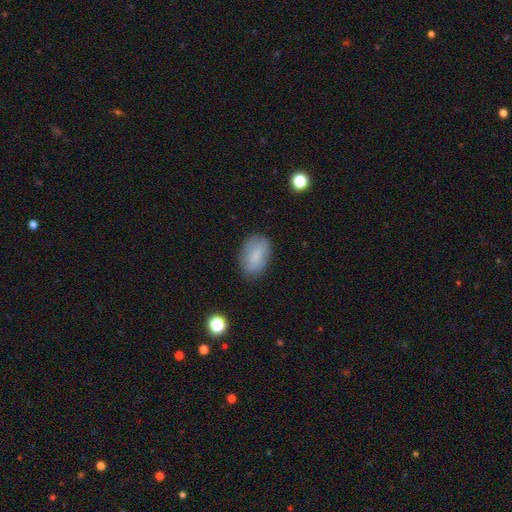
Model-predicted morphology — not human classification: A smooth galaxy with no disk features (76%) that is in between round and cigar-shaped (89%).

Vote fractions:
- Smooth or featured? smooth: 76% / featured or disk: 16% / star or artifact: 8%
- How rounded? in between: 89% / round: 9% / cigar-shaped: 2%
- Merging? none: 80% / minor disturbance: 15% / major disturbance: 4% / merger: 1%